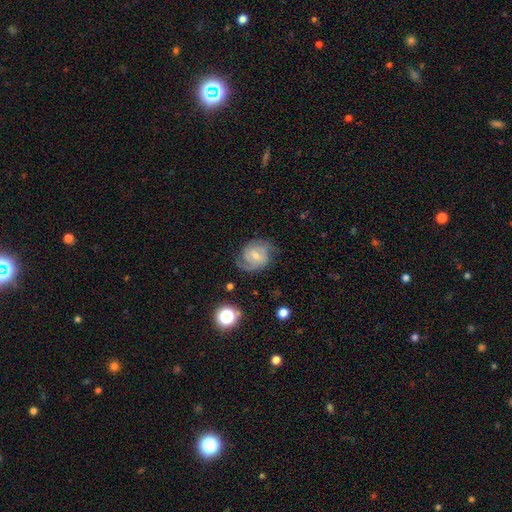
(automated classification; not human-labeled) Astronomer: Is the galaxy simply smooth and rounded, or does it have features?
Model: featured or disk — 76%.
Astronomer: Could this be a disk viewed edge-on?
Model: no — 98%.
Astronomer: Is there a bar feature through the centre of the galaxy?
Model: weak — 52% (runner-up: no, 37%).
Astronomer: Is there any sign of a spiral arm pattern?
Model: yes — 95%.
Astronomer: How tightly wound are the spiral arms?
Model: medium — 44% (runner-up: tight, 43%).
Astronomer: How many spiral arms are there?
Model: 2 — 65%.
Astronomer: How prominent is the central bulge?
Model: small — 51% (runner-up: moderate, 39%).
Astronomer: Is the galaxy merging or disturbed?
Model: none — 69%.